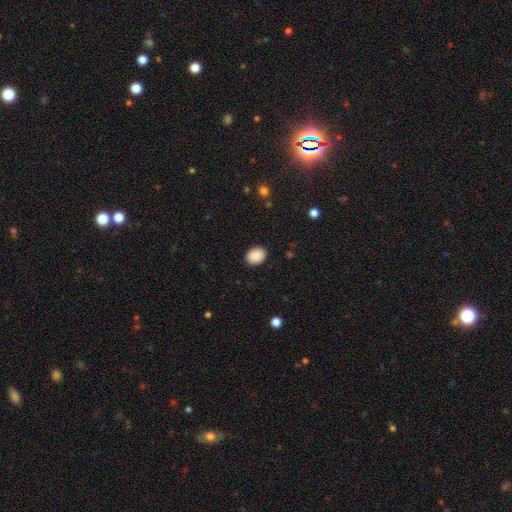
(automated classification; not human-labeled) Smooth or featured? smooth (90%)
How rounded? in between (59%)
Merging? none (89%)